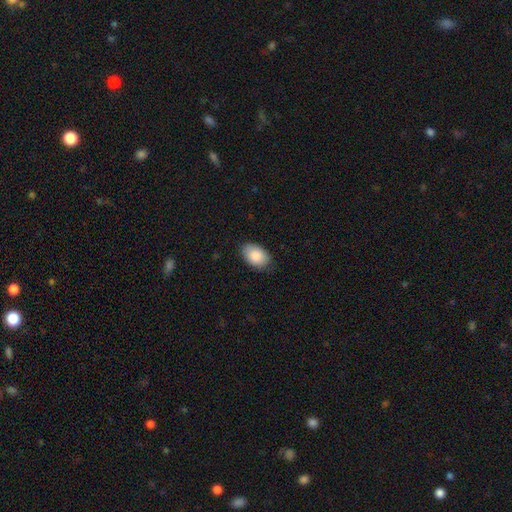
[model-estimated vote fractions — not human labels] A smooth galaxy with no disk features (86%) that is in between round and cigar-shaped (89%). Merging: none (83%).